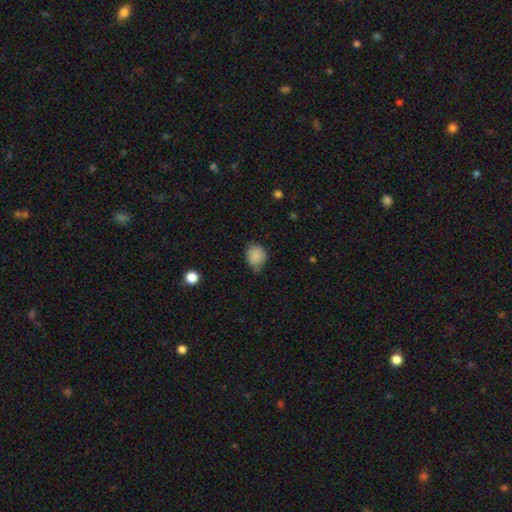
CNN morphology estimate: The model was most divided on "how rounded": round: 53%, in between: 46%, cigar-shaped: 1%. More confident: smooth or featured — smooth (85%); merging — none (57%).